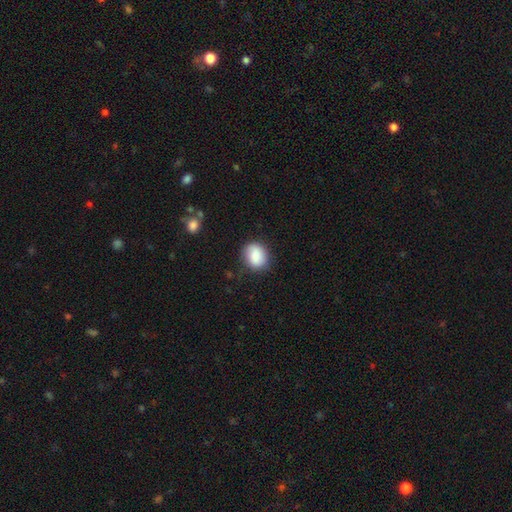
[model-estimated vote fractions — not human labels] Smooth or featured? smooth (84%)
How rounded? round (63%)
Merging? none (79%)